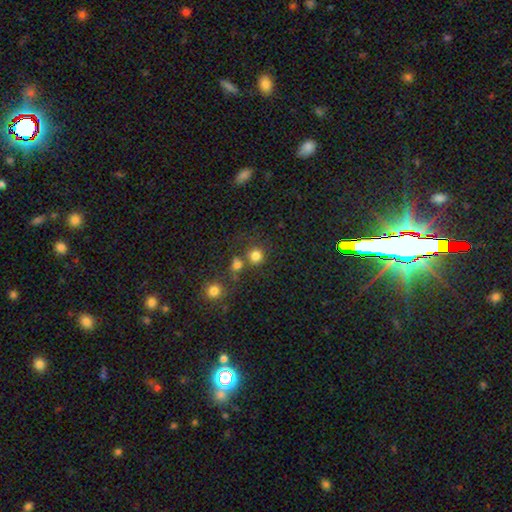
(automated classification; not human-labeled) This appears to be a smooth galaxy with no disk features (79%) that is round (91%). Merging: none (64%).